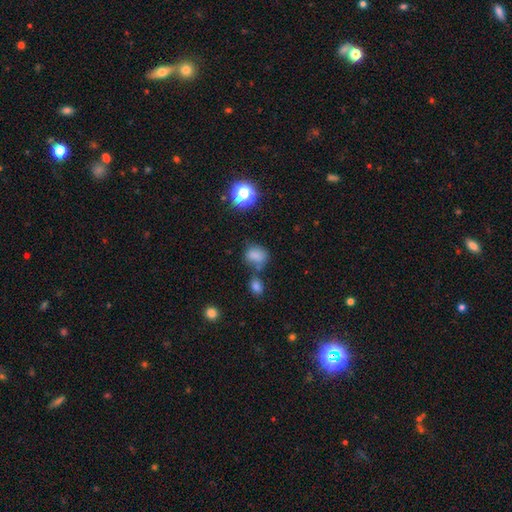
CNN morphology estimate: Smooth or featured: smooth — 76% (star or artifact — 16%)
How rounded: in between — 53% (round — 46%)
Merging: none — 52% (merger — 22%)